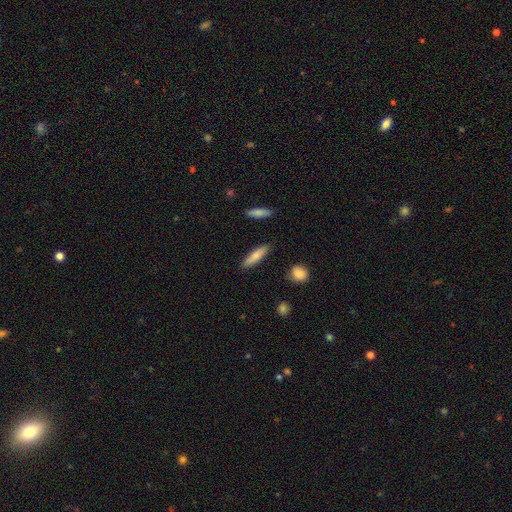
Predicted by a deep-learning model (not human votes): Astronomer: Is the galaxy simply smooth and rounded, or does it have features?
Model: smooth — 76%.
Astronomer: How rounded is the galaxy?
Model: cigar-shaped — 69%.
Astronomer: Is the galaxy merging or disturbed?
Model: none — 87%.